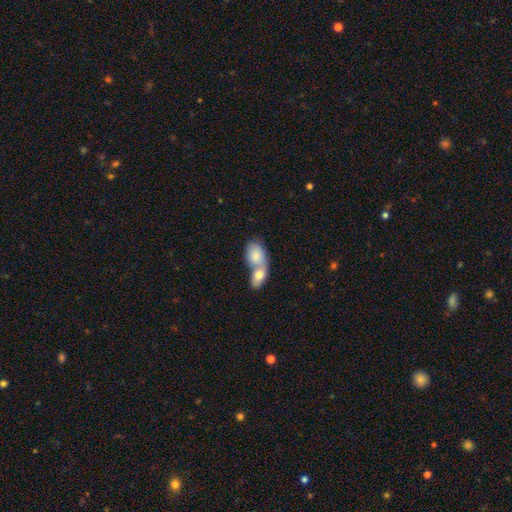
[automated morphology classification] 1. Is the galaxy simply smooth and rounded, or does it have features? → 79% smooth, 15% featured or disk, 6% star or artifact.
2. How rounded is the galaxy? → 86% in between, 11% round, 2% cigar-shaped.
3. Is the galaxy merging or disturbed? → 74% merger, 17% none, 6% minor disturbance, 3% major disturbance.